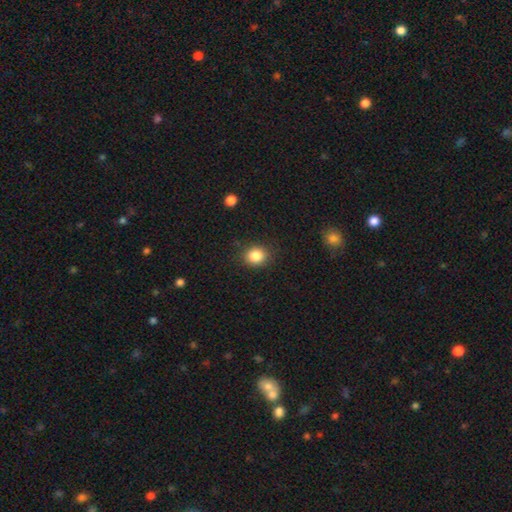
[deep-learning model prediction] smooth_or_featured: smooth (p=0.85) [alt: star or artifact p=0.10]
how_rounded: round (p=0.72) [alt: in between p=0.27]
merging: none (p=0.87) [alt: minor disturbance p=0.09]